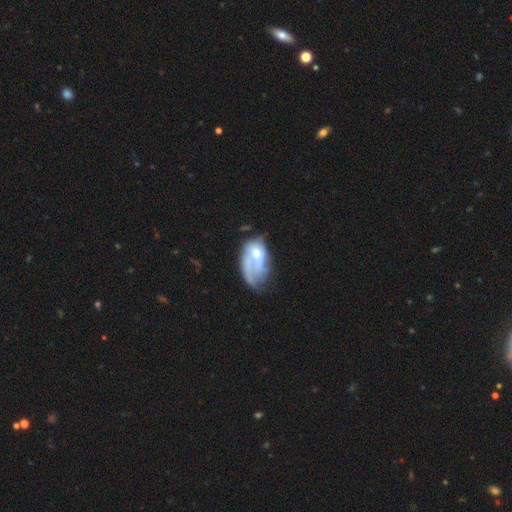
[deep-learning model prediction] Smooth or featured?
  - featured or disk: 50% *
  - smooth: 43%
  - star or artifact: 7%
Merging?
  - major disturbance: 43% *
  - minor disturbance: 23%
  - none: 21%
  - merger: 13%